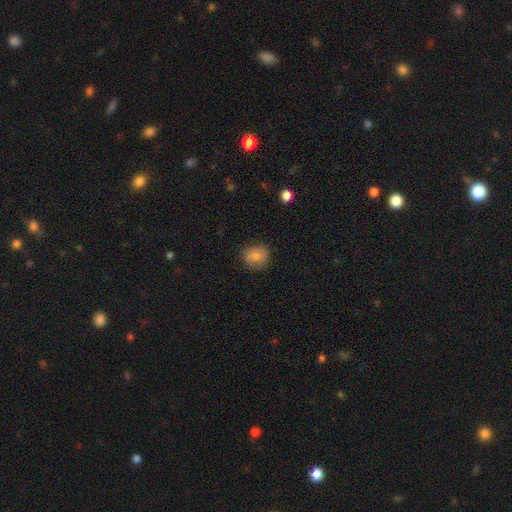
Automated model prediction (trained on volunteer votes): The model was most divided on "how rounded": round: 70%, in between: 29%, cigar-shaped: 1%. More confident: merging — none (79%); smooth or featured — smooth (78%).